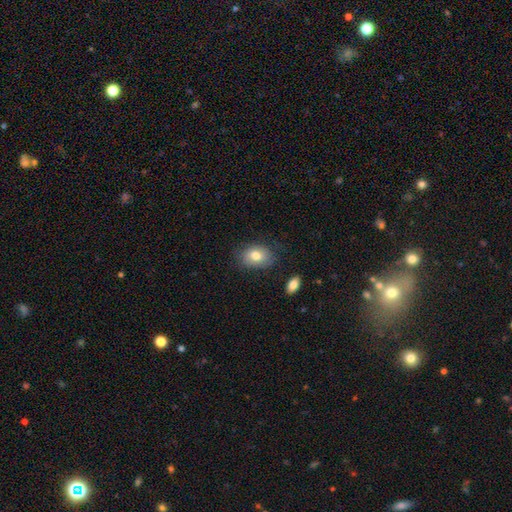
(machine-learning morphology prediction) Smooth or featured: smooth — 78% (featured or disk — 13%)
How rounded: in between — 77% (round — 21%)
Merging: none — 77% (minor disturbance — 17%)